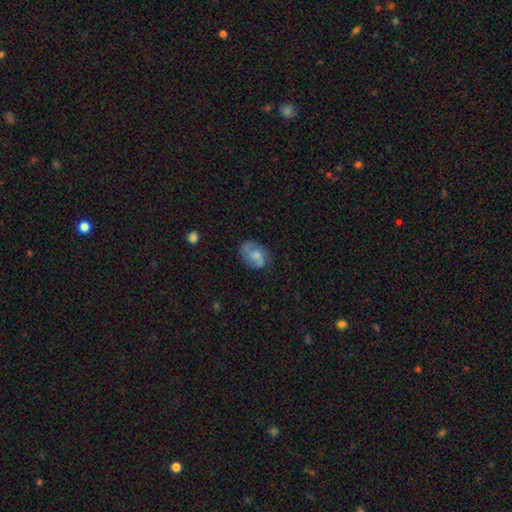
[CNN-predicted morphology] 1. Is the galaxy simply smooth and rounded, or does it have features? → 53% smooth, 39% featured or disk, 8% star or artifact.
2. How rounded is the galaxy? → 70% in between, 29% round, 1% cigar-shaped.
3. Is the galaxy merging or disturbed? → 58% none, 27% minor disturbance, 13% major disturbance, 3% merger.